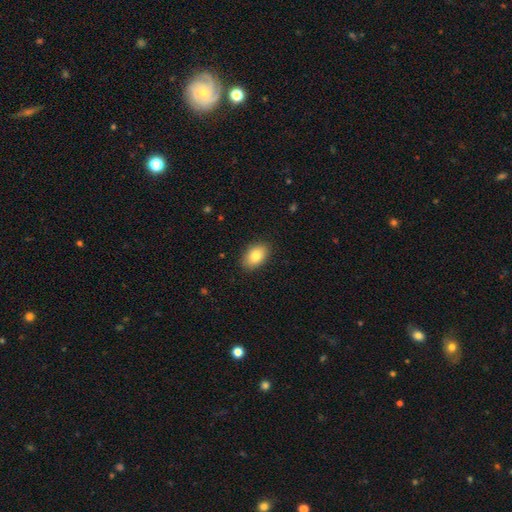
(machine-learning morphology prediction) Overall: smooth (83%). How rounded: in between (88%). Merging: none (89%).